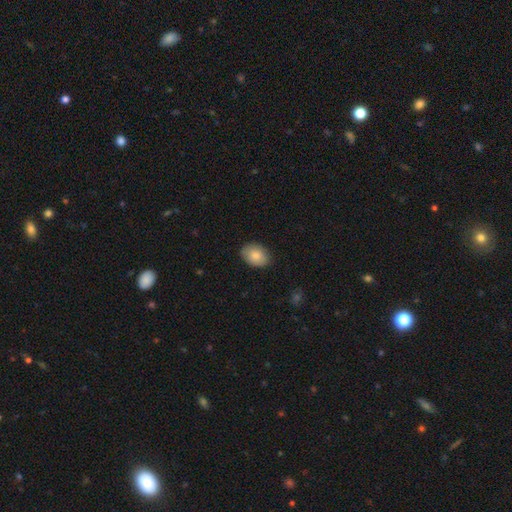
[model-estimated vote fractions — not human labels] Smooth or featured?
  - smooth: 84% *
  - featured or disk: 9%
  - star or artifact: 7%
How rounded?
  - in between: 80% *
  - round: 19%
  - cigar-shaped: 1%
Merging?
  - none: 85% *
  - minor disturbance: 12%
  - major disturbance: 2%
  - merger: 1%